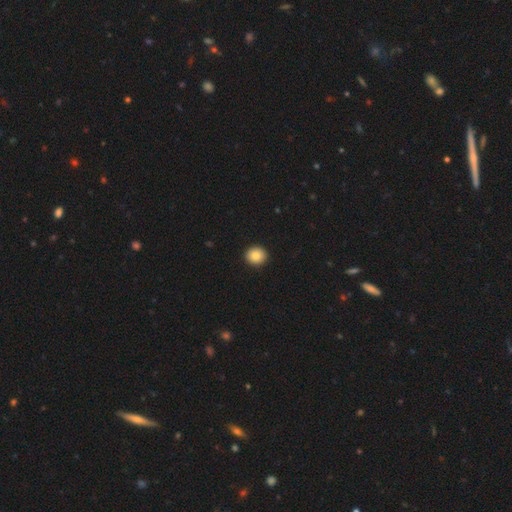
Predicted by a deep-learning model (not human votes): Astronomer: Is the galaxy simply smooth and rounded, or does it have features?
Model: smooth — 85%.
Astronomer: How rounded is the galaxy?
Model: round — 84%.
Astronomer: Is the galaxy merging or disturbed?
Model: none — 93%.